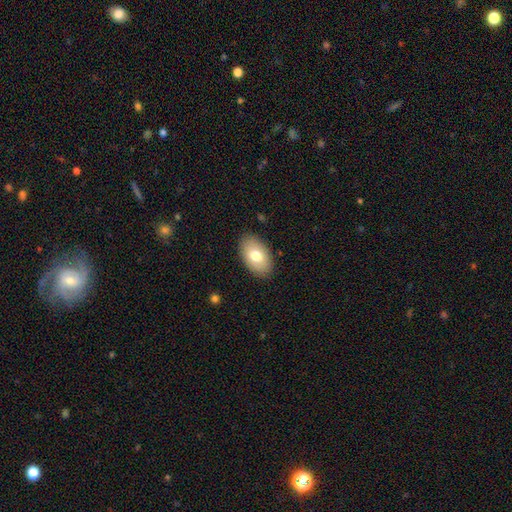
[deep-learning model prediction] Q: Smooth or featured?
A: smooth (75%); runner-up: featured or disk (18%)
Q: How rounded?
A: in between (93%); runner-up: round (6%)
Q: Merging?
A: none (87%); runner-up: minor disturbance (9%)